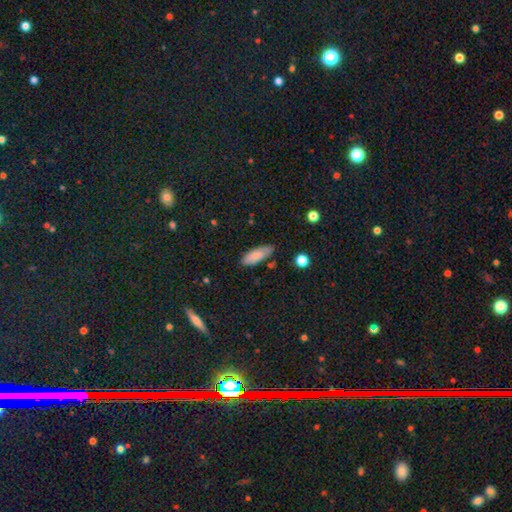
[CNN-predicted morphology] Smooth or featured: smooth — 81% (featured or disk — 11%)
How rounded: in between — 72% (cigar-shaped — 26%)
Merging: none — 80% (minor disturbance — 15%)